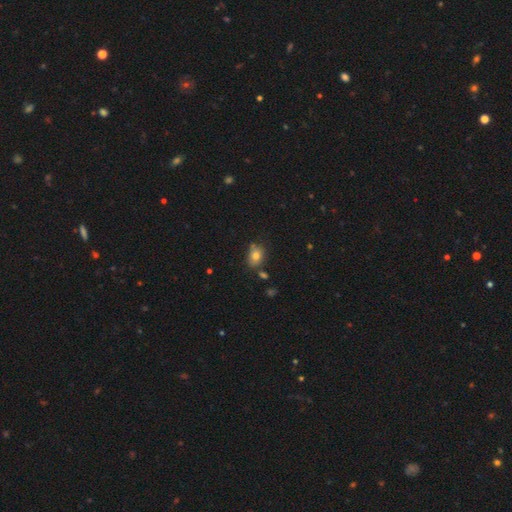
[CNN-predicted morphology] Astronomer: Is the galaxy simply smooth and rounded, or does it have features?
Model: smooth — 78%.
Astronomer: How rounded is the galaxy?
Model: in between — 64%.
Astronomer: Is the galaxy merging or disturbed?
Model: none — 70%.